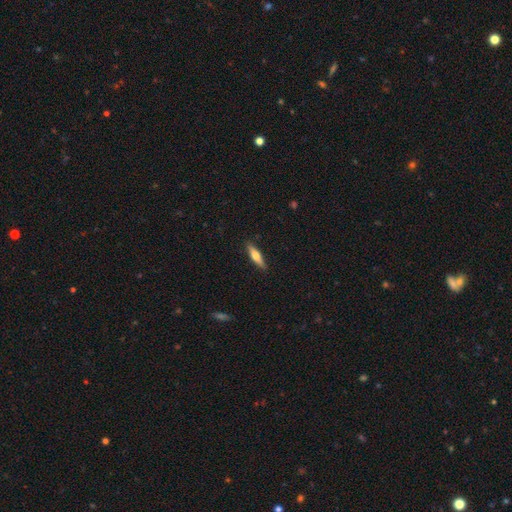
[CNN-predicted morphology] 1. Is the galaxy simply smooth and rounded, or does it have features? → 50% smooth, 44% featured or disk, 6% star or artifact.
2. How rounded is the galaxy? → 74% cigar-shaped, 24% in between, 2% round.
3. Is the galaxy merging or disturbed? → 89% none, 8% minor disturbance, 2% major disturbance, 1% merger.